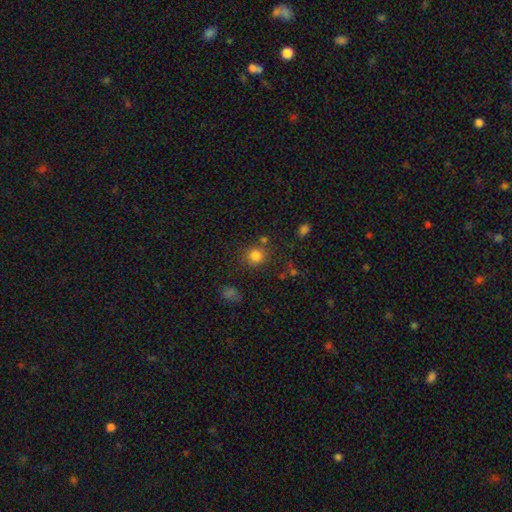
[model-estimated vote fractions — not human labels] Overall: smooth (81%). How rounded: round (86%). Merging: none (76%).